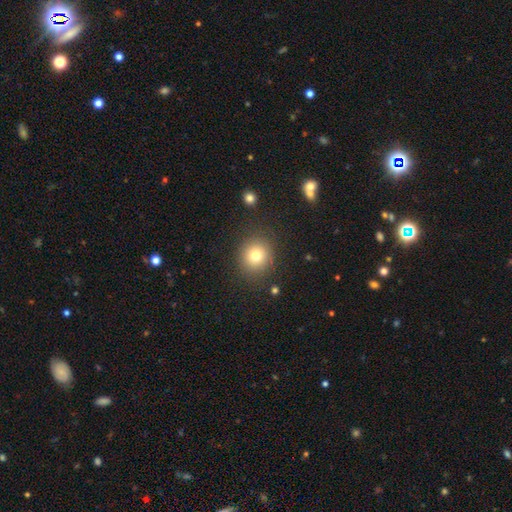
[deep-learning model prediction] smooth-or-featured: smooth: 77% | star or artifact: 13% | featured or disk: 10%
  how-rounded: round: 85% | in between: 14% | cigar-shaped: 1%
  merging: none: 86% | minor disturbance: 9% | major disturbance: 4% | merger: 2%